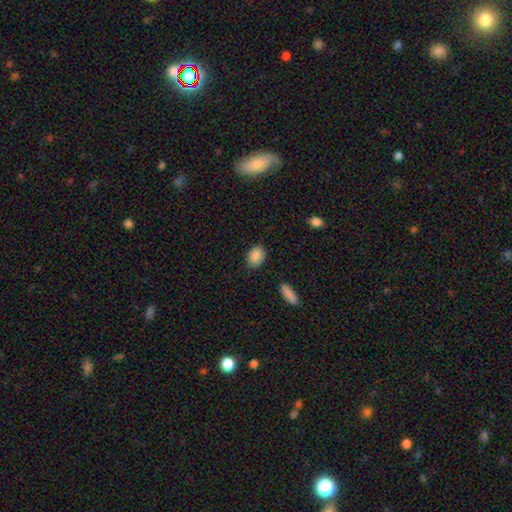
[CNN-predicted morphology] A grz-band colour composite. It shows a smooth galaxy with no disk features (88%) that is in between round and cigar-shaped (68%). Merging: none (84%).